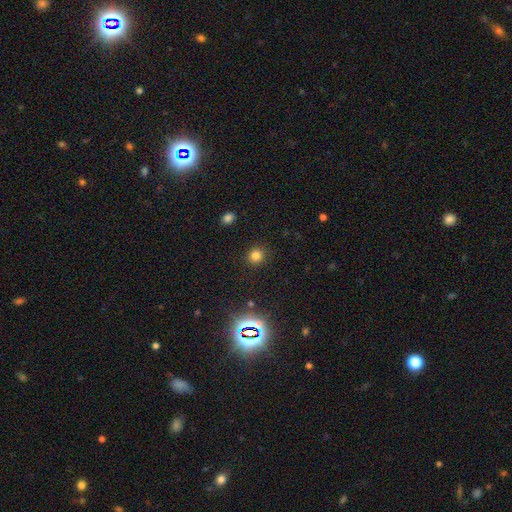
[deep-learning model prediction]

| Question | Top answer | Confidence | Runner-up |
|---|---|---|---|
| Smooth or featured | smooth | 78% | star or artifact (17%) |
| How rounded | round | 88% | in between (11%) |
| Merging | none | 90% | minor disturbance (6%) |